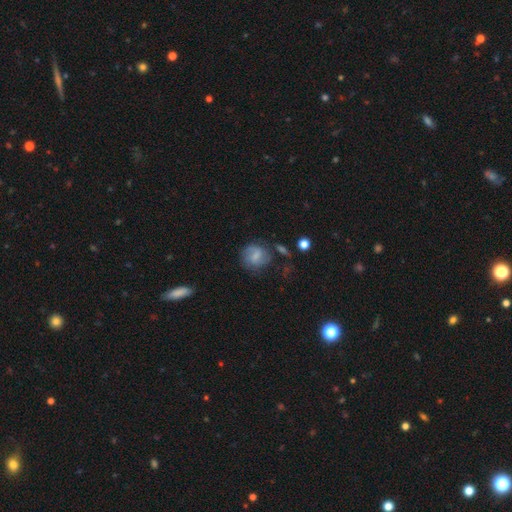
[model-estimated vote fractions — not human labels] Overall: smooth (46%, tied with featured or disk). Merging: none (62%).